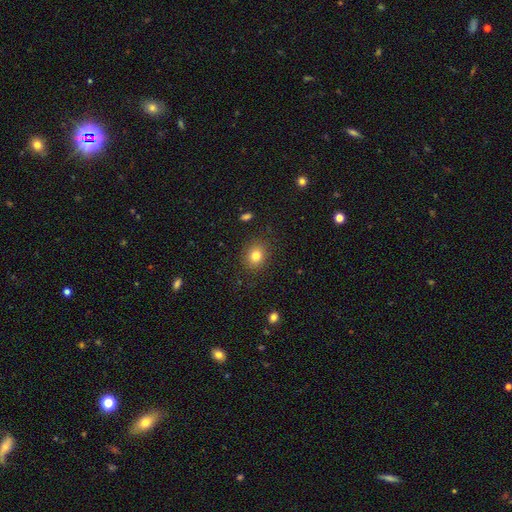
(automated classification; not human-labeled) smooth-or-featured: smooth: 81% | star or artifact: 12% | featured or disk: 7%
  how-rounded: round: 72% | in between: 27% | cigar-shaped: 1%
  merging: none: 87% | minor disturbance: 9% | major disturbance: 3% | merger: 1%